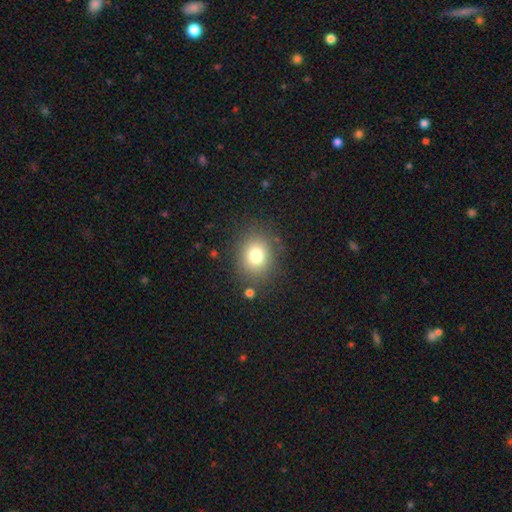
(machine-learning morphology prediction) The model was most divided on "how rounded": round: 69%, in between: 30%, cigar-shaped: 1%. More confident: merging — none (84%); smooth or featured — smooth (78%).